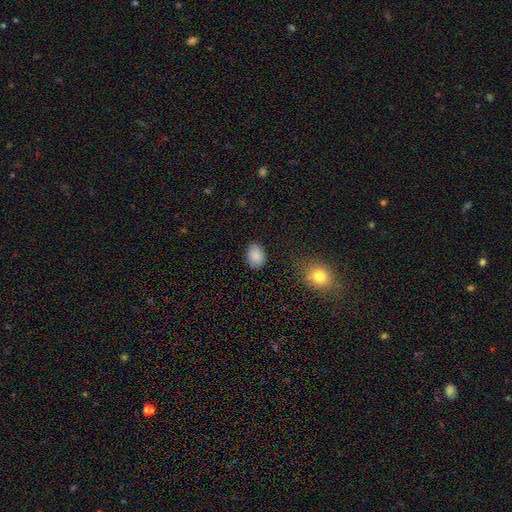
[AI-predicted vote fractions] smooth-or-featured: smooth: 86% | star or artifact: 8% | featured or disk: 6%
  how-rounded: in between: 71% | round: 28% | cigar-shaped: 1%
  merging: none: 82% | minor disturbance: 13% | major disturbance: 3% | merger: 1%